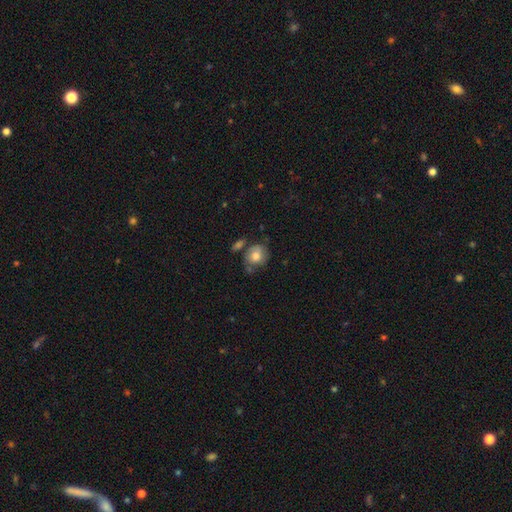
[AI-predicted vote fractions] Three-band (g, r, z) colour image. It shows a smooth galaxy with no disk features (68%) that is round (59%). Merging: none (50%).